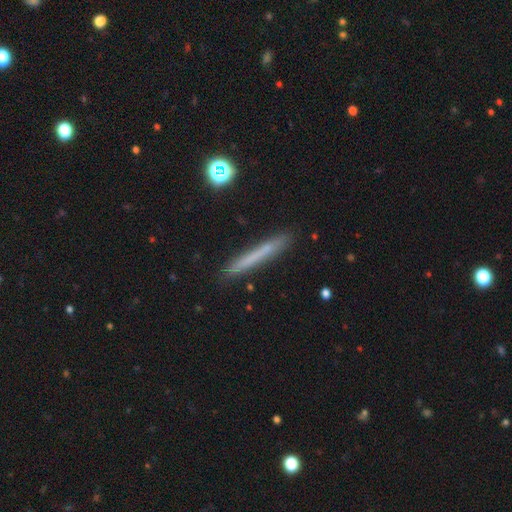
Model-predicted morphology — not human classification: Q: Smooth or featured?
A: smooth (62%); runner-up: featured or disk (30%)
Q: How rounded?
A: cigar-shaped (96%); runner-up: in between (2%)
Q: Merging?
A: none (89%); runner-up: minor disturbance (8%)